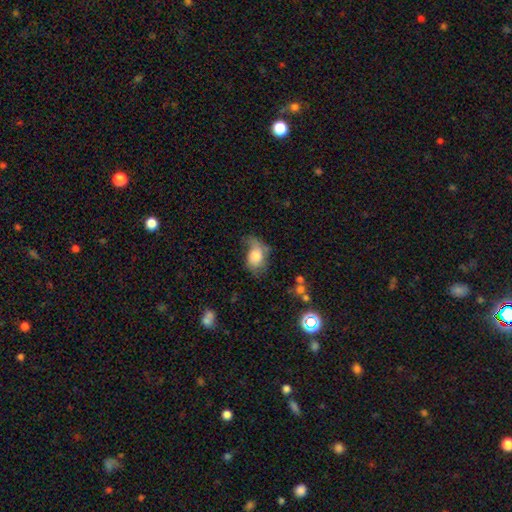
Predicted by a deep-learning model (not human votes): smooth 61%, featured or disk 30%, star or artifact 9%. Down the decision tree: how rounded — in between (76%); merging — major disturbance (35%).